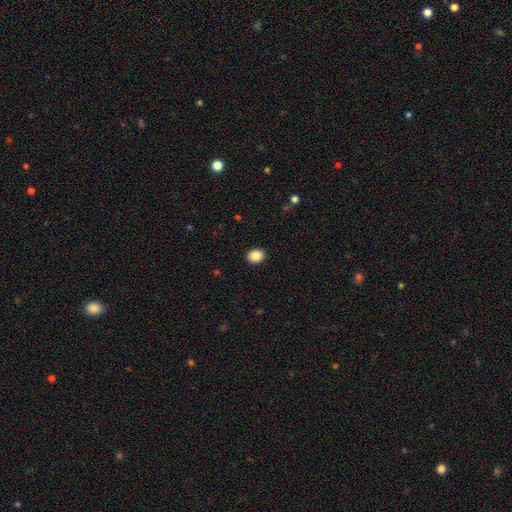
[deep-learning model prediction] Morphology: type=smooth (87%); roundness=round (51%); merging=none (92%).